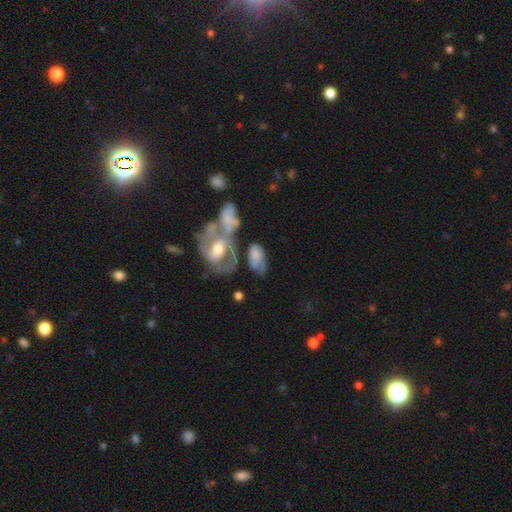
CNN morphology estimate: Q: Smooth or featured?
A: smooth (48%); runner-up: featured or disk (45%)
Q: Merging?
A: none (34%); runner-up: merger (31%)